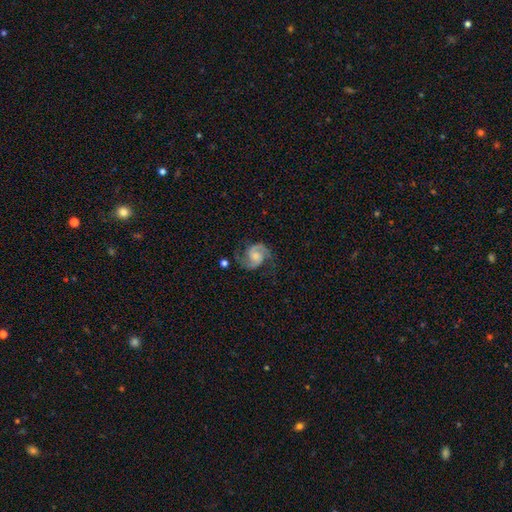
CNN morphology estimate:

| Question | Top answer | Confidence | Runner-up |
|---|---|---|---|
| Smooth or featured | featured or disk | 87% | smooth (7%) |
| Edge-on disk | no | 98% | yes (2%) |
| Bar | no | 57% | weak (36%) |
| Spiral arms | yes | 97% | no (3%) |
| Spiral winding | medium | 57% | tight (22%) |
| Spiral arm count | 2 | 92% | can't tell (3%) |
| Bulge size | moderate | 39% | small (37%) |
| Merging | none | 70% | minor disturbance (18%) |